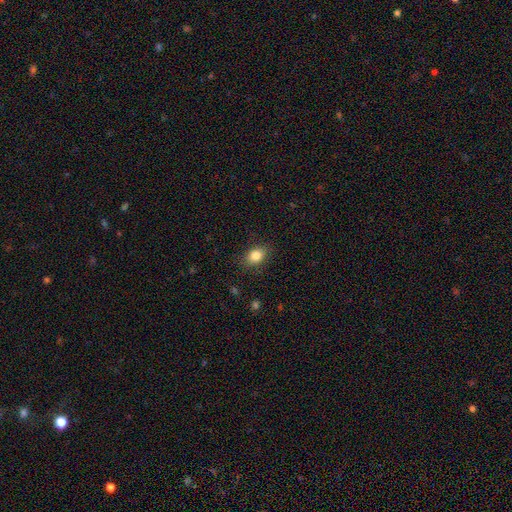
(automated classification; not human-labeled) smooth-or-featured: smooth: 83% | star or artifact: 9% | featured or disk: 7%
  how-rounded: in between: 72% | round: 27% | cigar-shaped: 1%
  merging: none: 85% | minor disturbance: 11% | major disturbance: 3% | merger: 1%